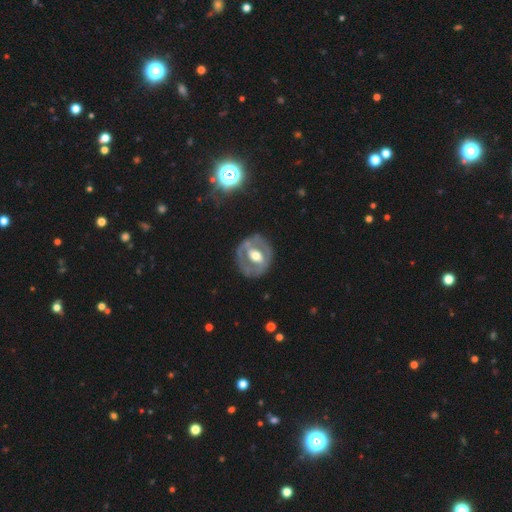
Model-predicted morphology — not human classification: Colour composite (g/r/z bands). It shows a featured or disk galaxy (69%) with no bar (41%), no spiral arms (65%) and a moderate central bulge (67%). Merging: none (71%).